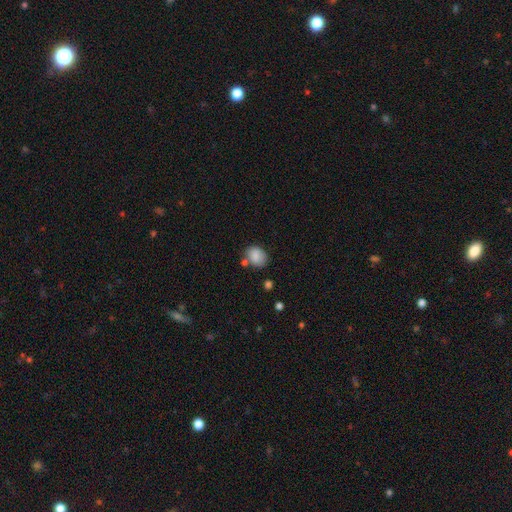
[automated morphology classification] A smooth galaxy with no disk features (84%) that is in between round and cigar-shaped (54%).

Vote fractions:
- Smooth or featured? smooth: 84% / star or artifact: 9% / featured or disk: 7%
- How rounded? in between: 54% / round: 45% / cigar-shaped: 1%
- Merging? none: 62% / minor disturbance: 19% / merger: 13% / major disturbance: 5%